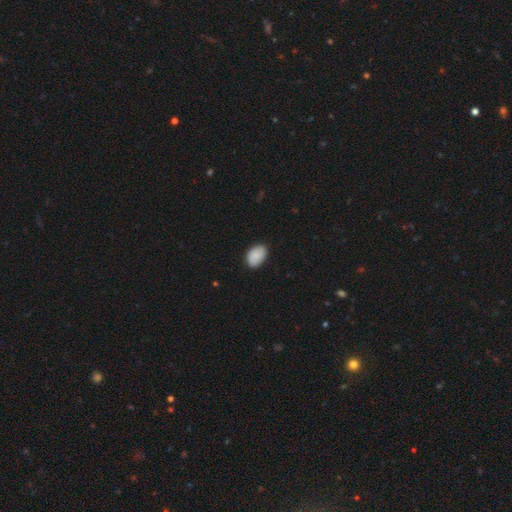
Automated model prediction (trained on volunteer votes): Smooth or featured?
  - smooth: 84% *
  - featured or disk: 9%
  - star or artifact: 7%
How rounded?
  - in between: 88% *
  - round: 10%
  - cigar-shaped: 1%
Merging?
  - none: 81% *
  - minor disturbance: 16%
  - major disturbance: 2%
  - merger: 1%